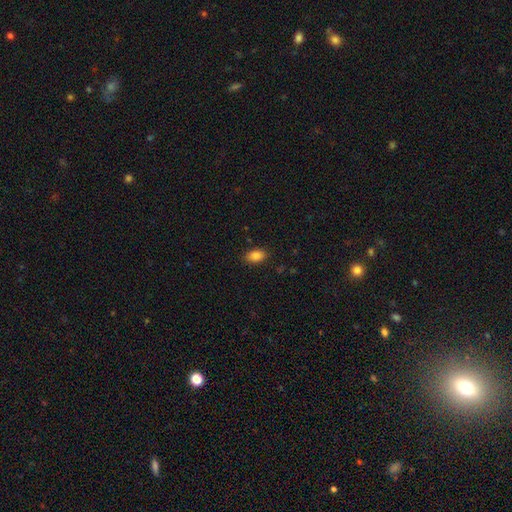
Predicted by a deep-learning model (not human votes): smooth-or-featured: smooth: 87% | star or artifact: 9% | featured or disk: 4%
  how-rounded: in between: 90% | round: 8% | cigar-shaped: 2%
  merging: none: 88% | minor disturbance: 9% | major disturbance: 2% | merger: 1%